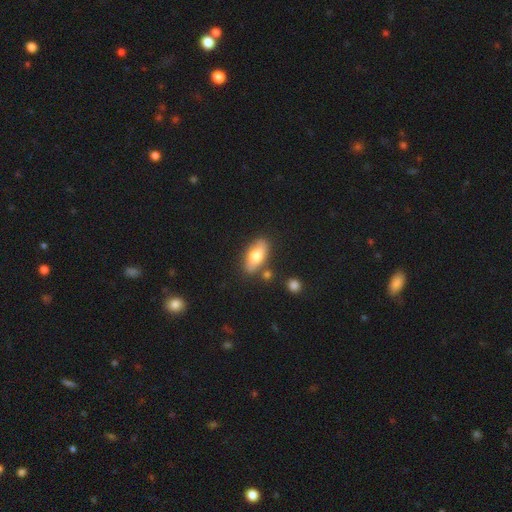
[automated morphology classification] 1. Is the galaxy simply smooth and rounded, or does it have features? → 67% smooth, 27% featured or disk, 6% star or artifact.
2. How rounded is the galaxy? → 85% in between, 11% cigar-shaped, 4% round.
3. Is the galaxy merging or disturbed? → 76% none, 14% minor disturbance, 7% merger, 3% major disturbance.